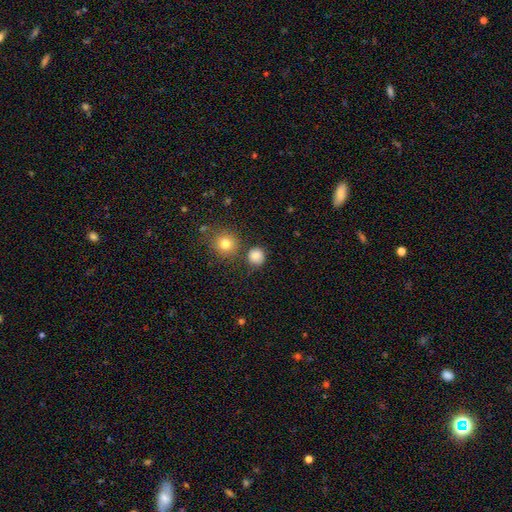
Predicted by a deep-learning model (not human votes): smooth_or_featured: smooth (p=0.83) [alt: star or artifact p=0.12]
how_rounded: round (p=0.90) [alt: in between p=0.09]
merging: none (p=0.81) [alt: minor disturbance p=0.10]